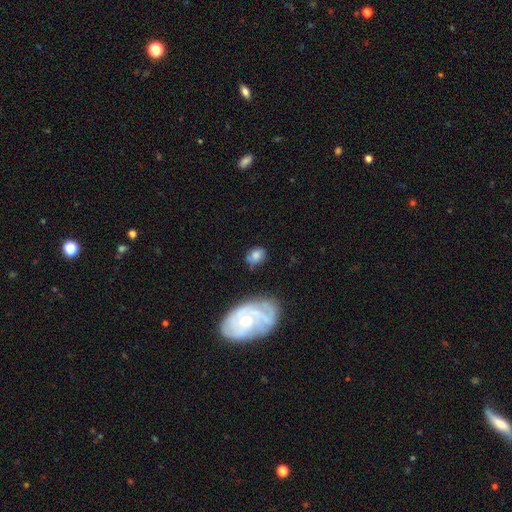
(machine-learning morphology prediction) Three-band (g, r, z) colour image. It shows a smooth galaxy with no disk features (66%) that is in between round and cigar-shaped (61%). Merging: none (61%).